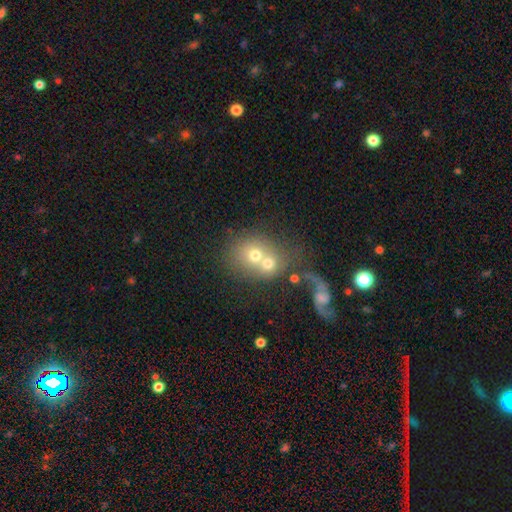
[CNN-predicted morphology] type=smooth (57%); roundness=round (71%); merging=merger (62%).